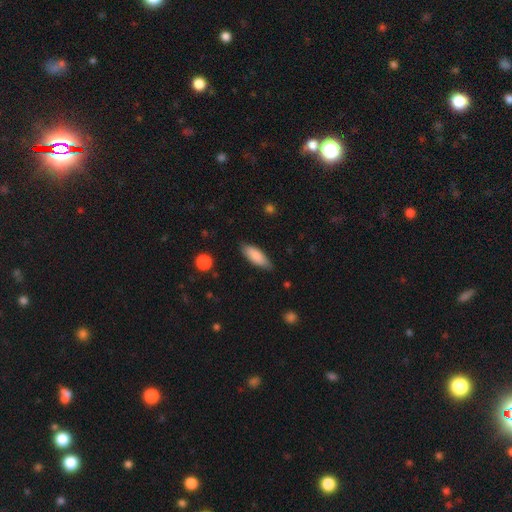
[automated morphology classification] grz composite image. It shows a smooth galaxy with no disk features (86%) that is in between round and cigar-shaped (66%). Merging: none (82%).